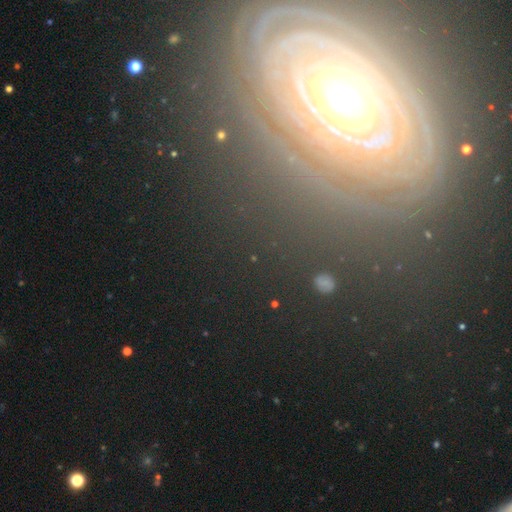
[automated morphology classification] Smooth or featured?
  - featured or disk: 70% *
  - star or artifact: 18%
  - smooth: 12%
Edge-on disk?
  - no: 91% *
  - yes: 9%
Bar?
  - no: 66% *
  - strong: 18%
  - weak: 16%
Spiral arms?
  - yes: 79% *
  - no: 21%
Spiral winding?
  - tight: 86% *
  - medium: 11%
  - loose: 4%
Spiral arm count?
  - can't tell: 35% *
  - 2: 18%
  - 3: 14%
  - more than 4: 14%
  - 4: 11%
  - 1: 9%
Bulge size?
  - moderate: 59% *
  - large: 22%
  - small: 12%
  - dominant: 6%
  - none: 2%
Merging?
  - none: 83% *
  - minor disturbance: 10%
  - major disturbance: 5%
  - merger: 2%